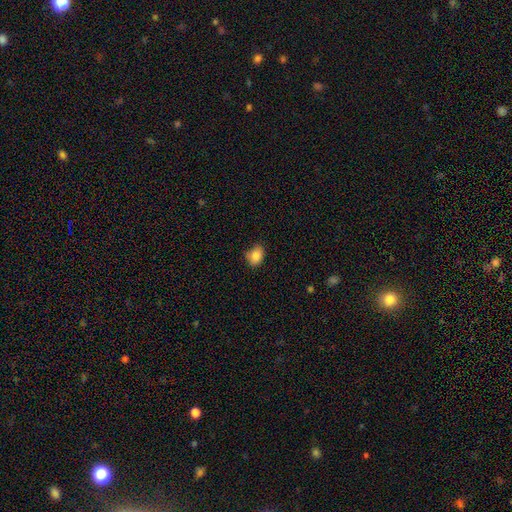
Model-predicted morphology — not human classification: Smooth or featured?
  - smooth: 84% *
  - star or artifact: 9%
  - featured or disk: 6%
How rounded?
  - in between: 61% *
  - round: 38%
  - cigar-shaped: 1%
Merging?
  - none: 71% *
  - minor disturbance: 24%
  - major disturbance: 4%
  - merger: 2%